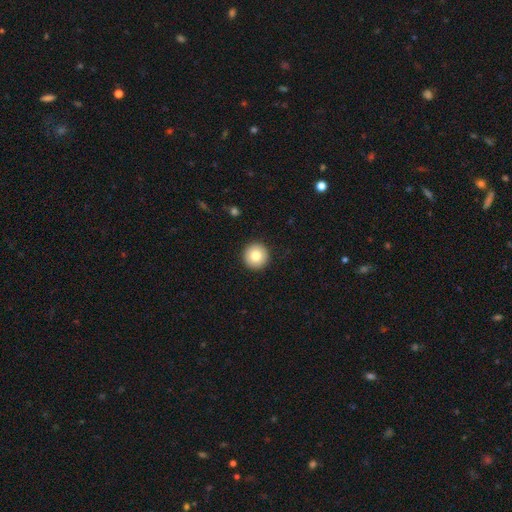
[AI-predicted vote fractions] Smooth or featured: smooth — 81% (featured or disk — 10%)
How rounded: round — 96% (in between — 3%)
Merging: none — 93% (minor disturbance — 4%)